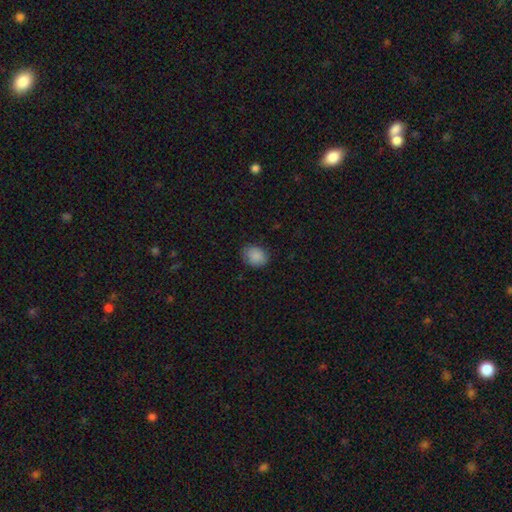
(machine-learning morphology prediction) smooth-or-featured: smooth: 88% | star or artifact: 8% | featured or disk: 4%
  how-rounded: in between: 56% | round: 43% | cigar-shaped: 1%
  merging: none: 81% | minor disturbance: 15% | major disturbance: 3% | merger: 1%